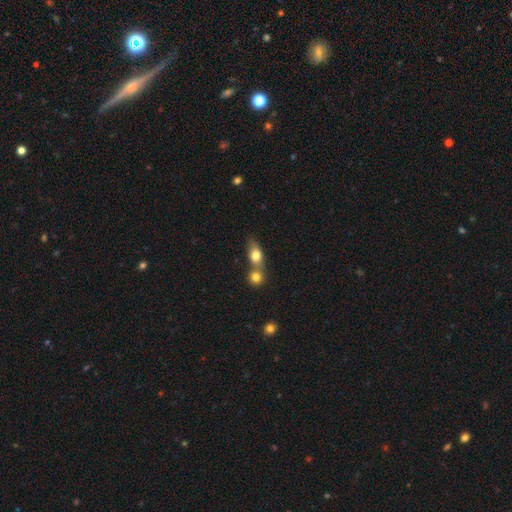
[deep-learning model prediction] smooth 77%, featured or disk 14%, star or artifact 9%. Down the decision tree: how rounded — in between (63%); merging — merger (59%).